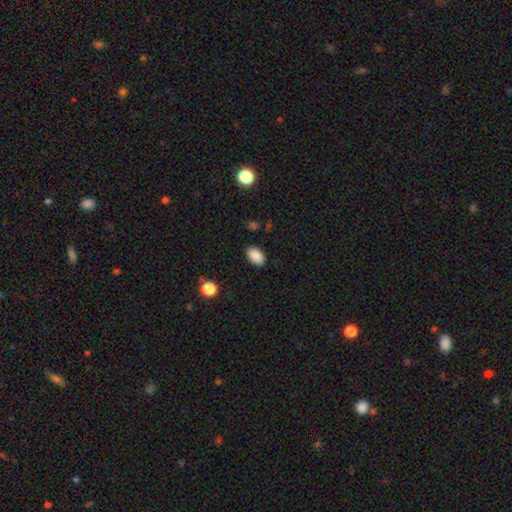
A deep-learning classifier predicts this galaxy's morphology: Smooth or featured? Predicted: smooth (p=0.88). How rounded? Predicted: in between (p=0.89). Merging? Predicted: none (p=0.87).